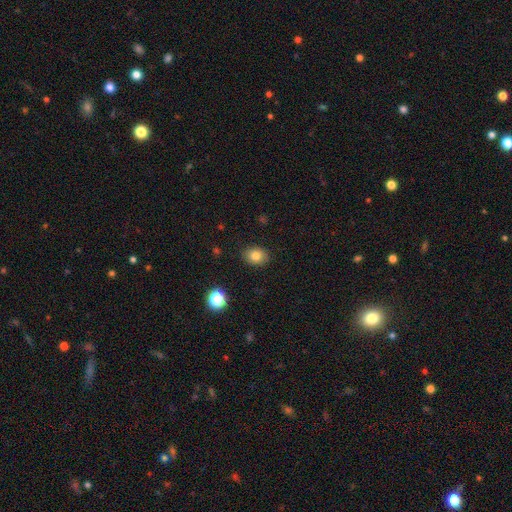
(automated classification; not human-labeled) Smooth or featured: smooth — 81% (star or artifact — 11%)
How rounded: in between — 55% (round — 44%)
Merging: none — 88% (minor disturbance — 9%)